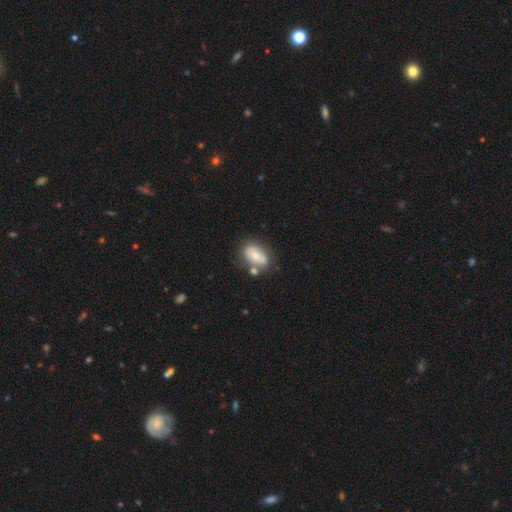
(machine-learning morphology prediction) type=smooth (60%); roundness=in between (86%); merging=none (56%).